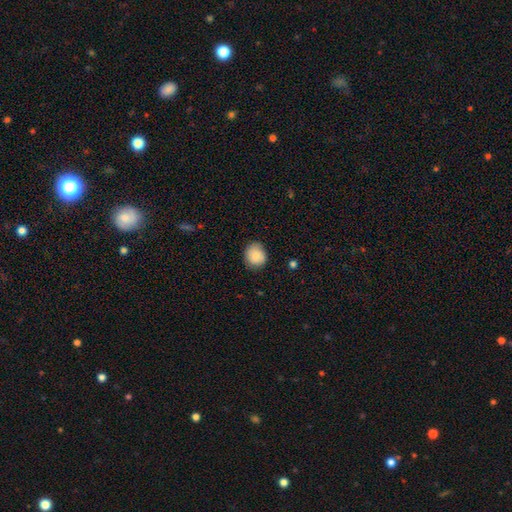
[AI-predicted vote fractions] This appears to be a smooth galaxy with no disk features (85%) that is round (81%). Merging: none (79%).